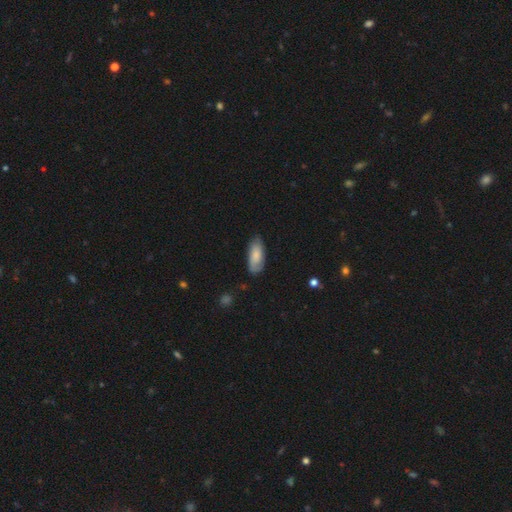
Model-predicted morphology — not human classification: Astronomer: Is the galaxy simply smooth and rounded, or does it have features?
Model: smooth — 72%.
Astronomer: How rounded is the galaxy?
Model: in between — 83%.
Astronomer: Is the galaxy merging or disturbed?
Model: none — 76%.